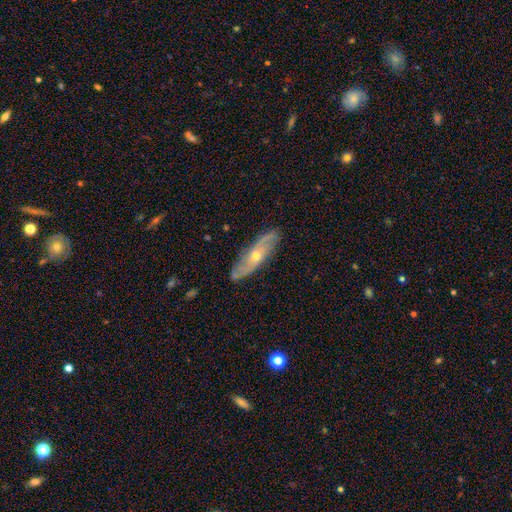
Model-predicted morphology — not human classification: type=featured or disk (70%); edge-on=no (67%); merging=none (84%).